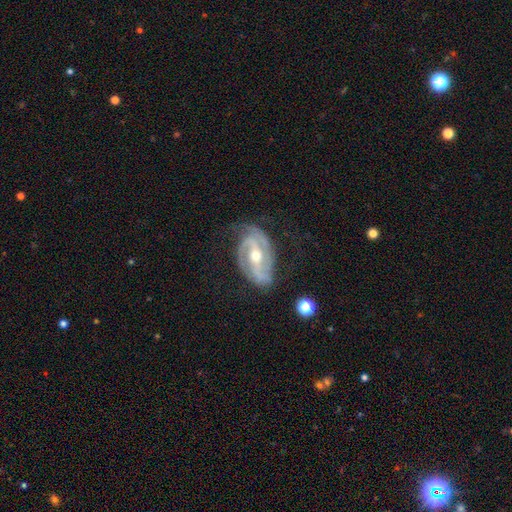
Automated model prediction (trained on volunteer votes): Smooth or featured?
  - featured or disk: 89% *
  - smooth: 6%
  - star or artifact: 5%
Edge-on disk?
  - no: 96% *
  - yes: 4%
Bar?
  - strong: 47% *
  - weak: 34%
  - no: 19%
Spiral arms?
  - yes: 96% *
  - no: 4%
Spiral winding?
  - medium: 43% *
  - tight: 38%
  - loose: 19%
Spiral arm count?
  - 2: 66% *
  - 3: 16%
  - can't tell: 9%
  - 1: 4%
  - 4: 3%
  - more than 4: 2%
Bulge size?
  - moderate: 63% *
  - small: 34%
  - large: 2%
  - none: 1%
  - dominant: 1%
Merging?
  - none: 65% *
  - minor disturbance: 22%
  - major disturbance: 12%
  - merger: 2%